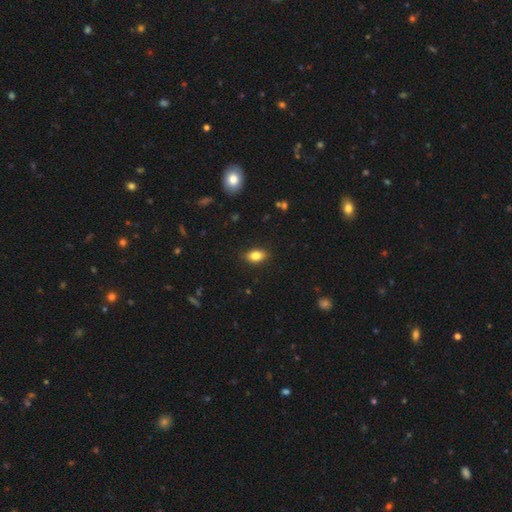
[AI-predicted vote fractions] Smooth or featured? smooth (81%)
How rounded? in between (85%)
Merging? none (88%)